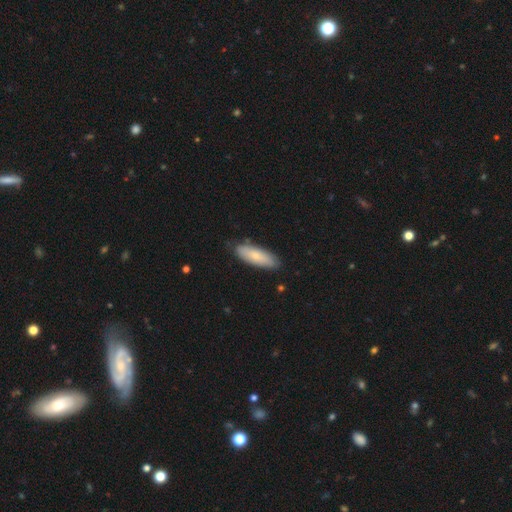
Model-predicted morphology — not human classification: Smooth or featured? Predicted: smooth (p=0.75). How rounded? Predicted: in between (p=0.60). Merging? Predicted: none (p=0.81).